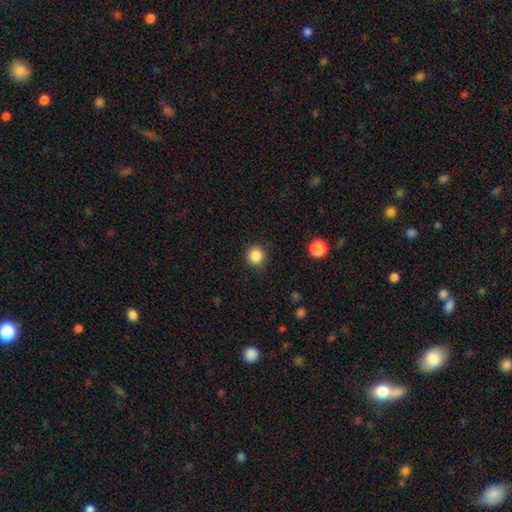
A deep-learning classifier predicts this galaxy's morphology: Smooth or featured?
  - smooth: 86% *
  - star or artifact: 11%
  - featured or disk: 4%
How rounded?
  - round: 92% *
  - in between: 7%
  - cigar-shaped: 1%
Merging?
  - none: 90% *
  - minor disturbance: 7%
  - major disturbance: 2%
  - merger: 1%